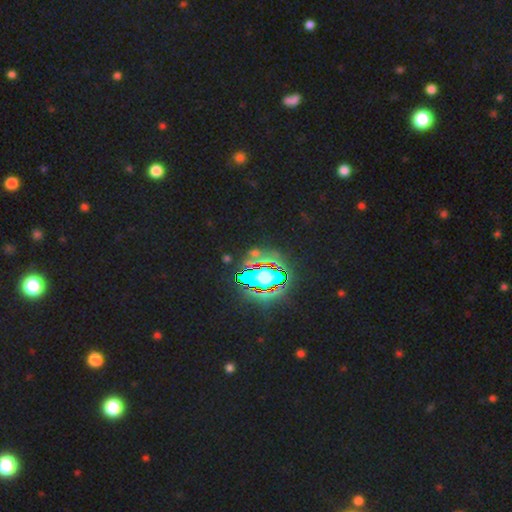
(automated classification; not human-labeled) A star or artifact, not a galaxy (74%).

Vote fractions:
- Smooth or featured? star or artifact: 74% / smooth: 15% / featured or disk: 11%